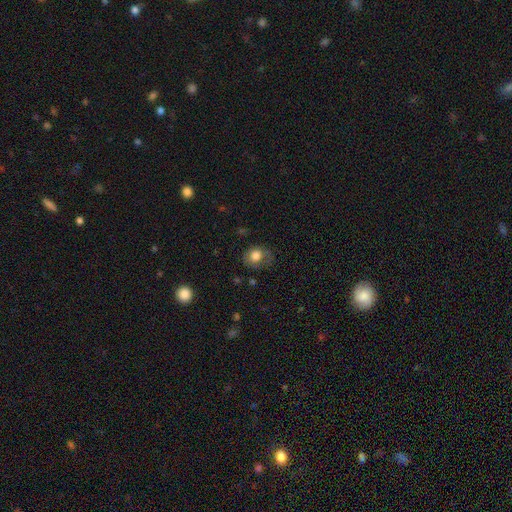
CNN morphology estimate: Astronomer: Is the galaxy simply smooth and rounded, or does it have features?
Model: smooth — 74%.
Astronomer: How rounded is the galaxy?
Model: round — 66%.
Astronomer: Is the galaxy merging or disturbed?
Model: none — 60%.